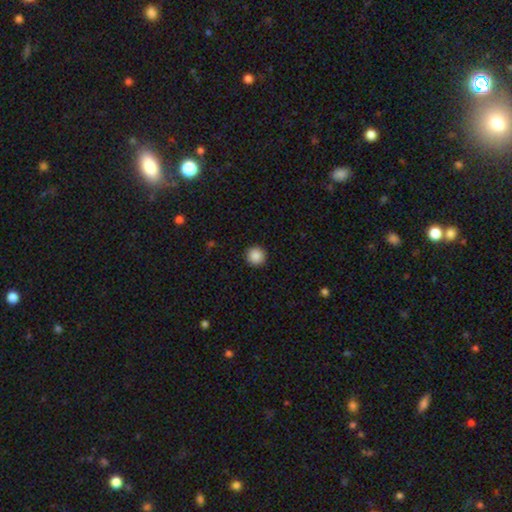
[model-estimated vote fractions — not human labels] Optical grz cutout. It shows a smooth galaxy with no disk features (88%) that is round (96%). Merging: none (93%).